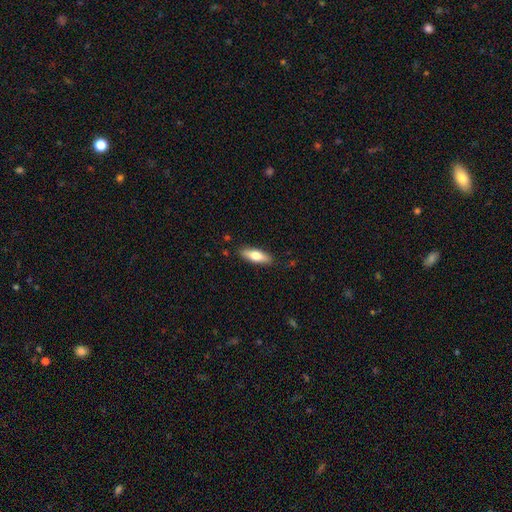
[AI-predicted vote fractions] smooth_or_featured: smooth (p=0.65) [alt: featured or disk p=0.29]
how_rounded: in between (p=0.55) [alt: cigar-shaped p=0.43]
merging: none (p=0.87) [alt: minor disturbance p=0.10]